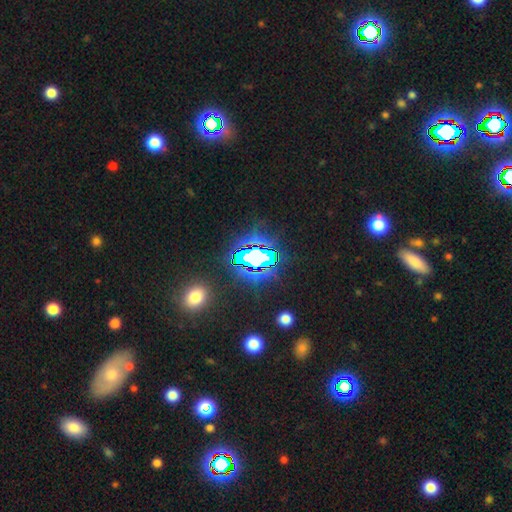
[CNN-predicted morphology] A star or artifact, not a galaxy (69%).

Vote fractions:
- Smooth or featured? star or artifact: 69% / smooth: 16% / featured or disk: 15%